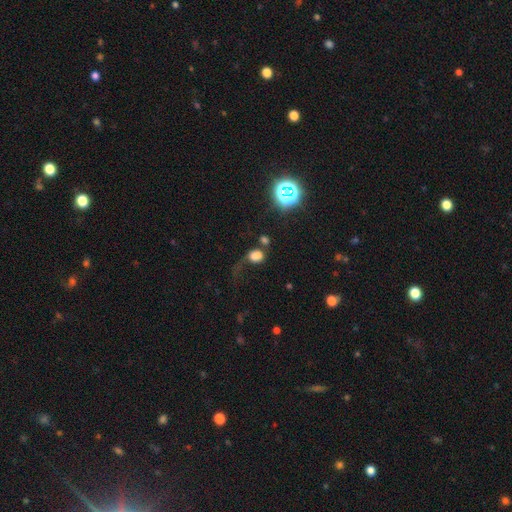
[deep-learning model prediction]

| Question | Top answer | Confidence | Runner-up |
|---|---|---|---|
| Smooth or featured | smooth | 68% | star or artifact (18%) |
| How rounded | round | 54% | in between (44%) |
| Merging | major disturbance | 38% | none (29%) |